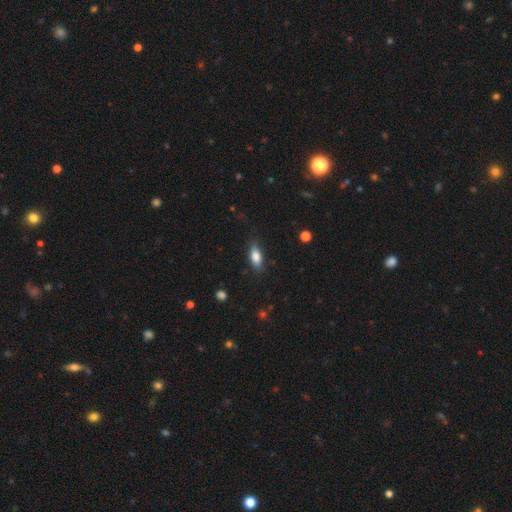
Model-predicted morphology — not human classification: Smooth or featured? Predicted: smooth (p=0.78). How rounded? Predicted: in between (p=0.76). Merging? Predicted: none (p=0.80).